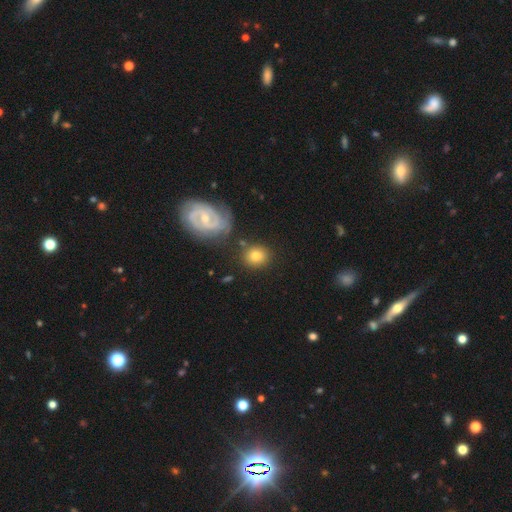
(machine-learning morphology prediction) smooth-or-featured: smooth: 67% | featured or disk: 24% | star or artifact: 9%
  how-rounded: round: 78% | in between: 21% | cigar-shaped: 1%
  merging: none: 76% | minor disturbance: 12% | merger: 7% | major disturbance: 4%